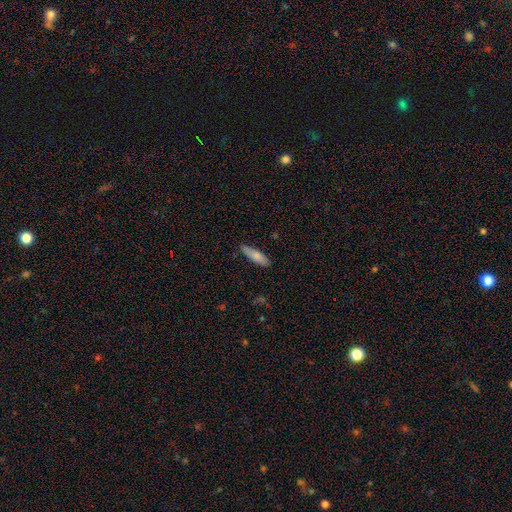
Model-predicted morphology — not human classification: Q: Smooth or featured?
A: smooth (79%); runner-up: featured or disk (15%)
Q: How rounded?
A: cigar-shaped (56%); runner-up: in between (42%)
Q: Merging?
A: none (85%); runner-up: minor disturbance (12%)